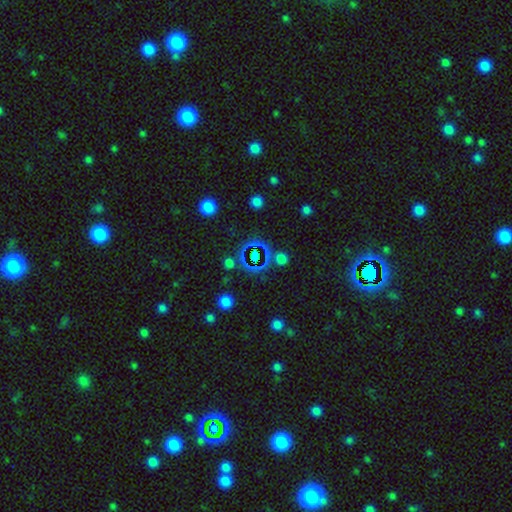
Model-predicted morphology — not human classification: A star or artifact, not a galaxy (62%).

Vote fractions:
- Smooth or featured? star or artifact: 62% / smooth: 26% / featured or disk: 12%